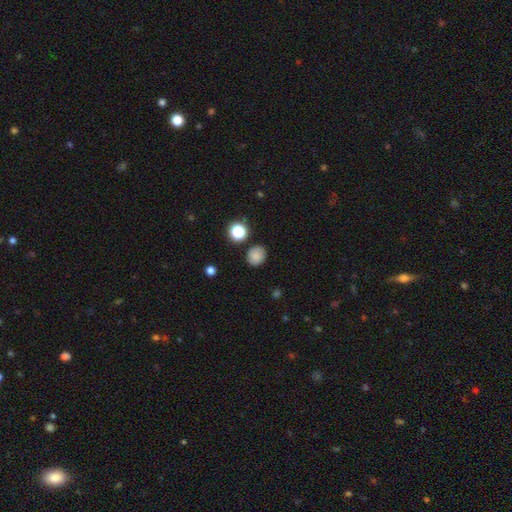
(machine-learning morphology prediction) The model was most divided on "how rounded": round: 71%, in between: 28%, cigar-shaped: 1%. More confident: merging — none (78%); smooth or featured — smooth (76%).